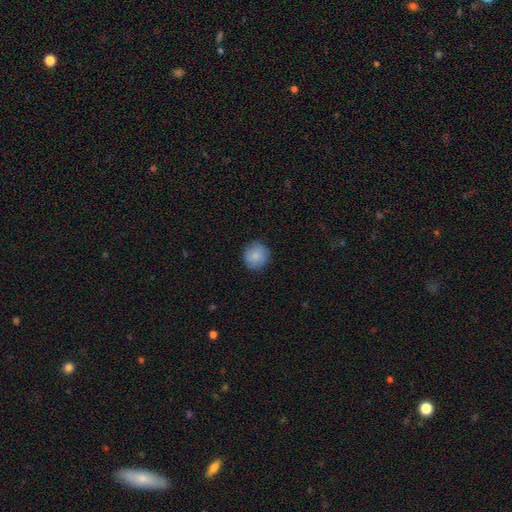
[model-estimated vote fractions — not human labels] Q: Smooth or featured?
A: smooth (86%); runner-up: star or artifact (7%)
Q: How rounded?
A: round (92%); runner-up: in between (7%)
Q: Merging?
A: none (88%); runner-up: minor disturbance (9%)